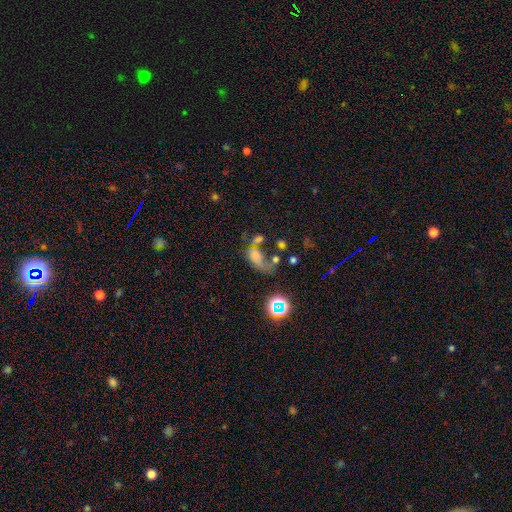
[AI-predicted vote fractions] smooth_or_featured: smooth (p=0.56) [alt: featured or disk p=0.23]
how_rounded: in between (p=0.83) [alt: round p=0.13]
merging: major disturbance (p=0.35) [alt: merger p=0.31]